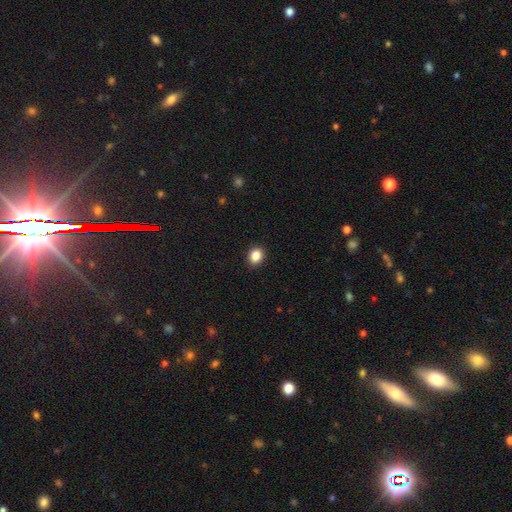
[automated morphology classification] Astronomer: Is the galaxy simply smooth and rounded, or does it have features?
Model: smooth — 86%.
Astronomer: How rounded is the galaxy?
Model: round — 56% (runner-up: in between, 43%).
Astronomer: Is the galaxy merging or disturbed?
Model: none — 90%.